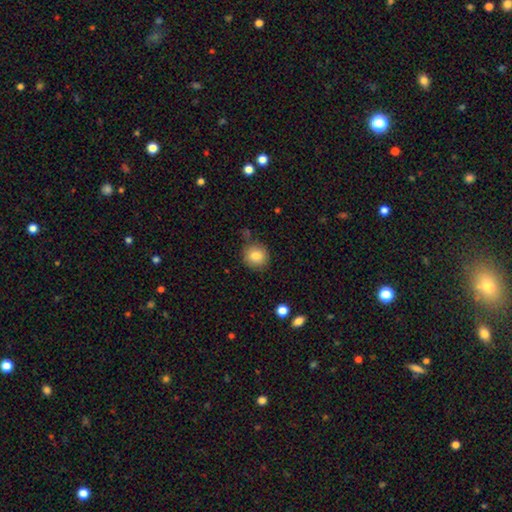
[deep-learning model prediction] A smooth galaxy with no disk features (83%) that is round (86%).

Vote fractions:
- Smooth or featured? smooth: 83% / featured or disk: 9% / star or artifact: 8%
- How rounded? round: 86% / in between: 14% / cigar-shaped: 1%
- Merging? none: 77% / minor disturbance: 15% / merger: 4% / major disturbance: 4%